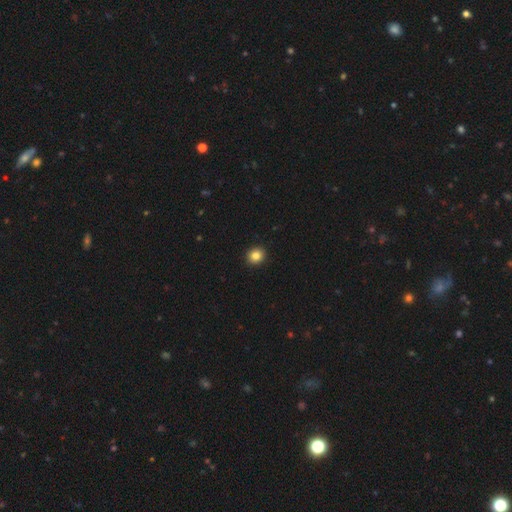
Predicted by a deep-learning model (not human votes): A smooth galaxy with no disk features (84%) that is round (82%).

Vote fractions:
- Smooth or featured? smooth: 84% / star or artifact: 11% / featured or disk: 5%
- How rounded? round: 82% / in between: 17% / cigar-shaped: 1%
- Merging? none: 93% / minor disturbance: 5% / major disturbance: 1% / merger: 1%